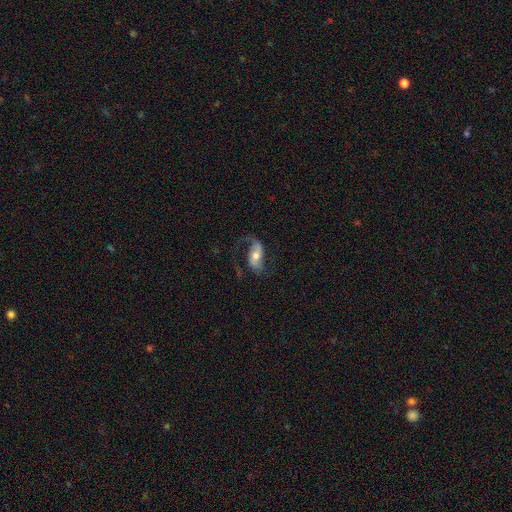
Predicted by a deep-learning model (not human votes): This appears to be a featured or disk galaxy (75%) with no bar (38%), 2 (79%) loose (61%) spiral arms (92%) and a moderate central bulge (64%). Merging: none (62%).